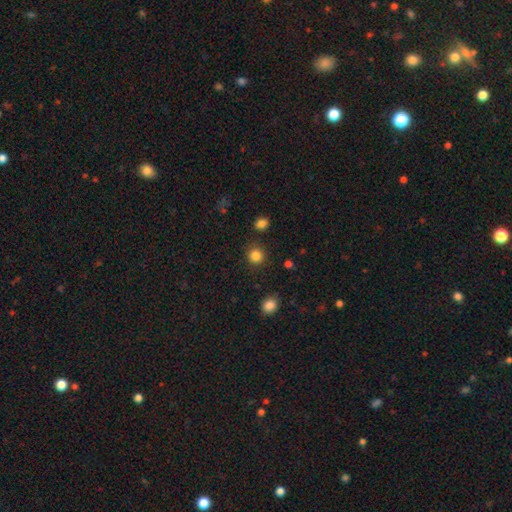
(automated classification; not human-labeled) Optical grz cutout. It shows a smooth galaxy with no disk features (84%) that is round (90%). Merging: none (89%).